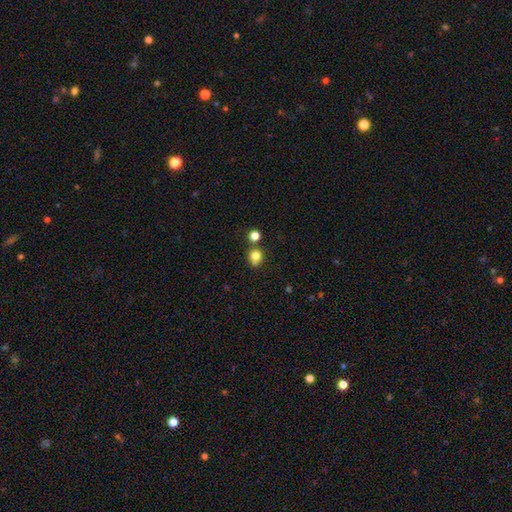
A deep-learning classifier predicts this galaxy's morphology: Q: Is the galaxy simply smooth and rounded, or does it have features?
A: smooth — 79%.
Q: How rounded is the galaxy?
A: round — 76%.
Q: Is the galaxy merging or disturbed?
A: none — 60%.